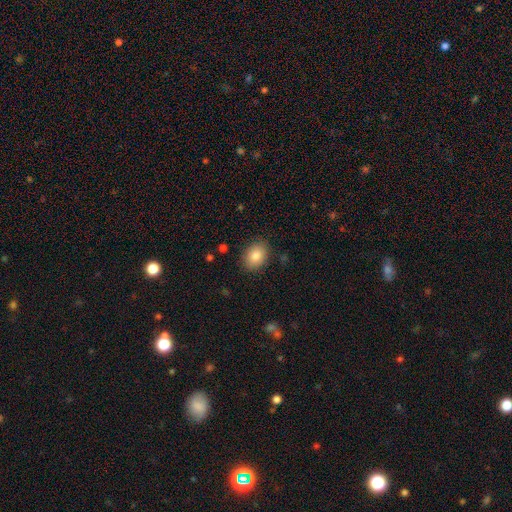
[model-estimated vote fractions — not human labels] Smooth or featured? Predicted: smooth (p=0.85). How rounded? Predicted: in between (p=0.69). Merging? Predicted: none (p=0.86).